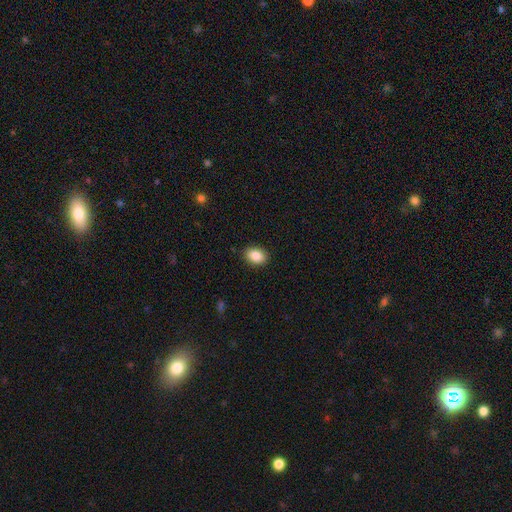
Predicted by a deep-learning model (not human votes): Smooth or featured? smooth (87%)
How rounded? in between (78%)
Merging? none (89%)